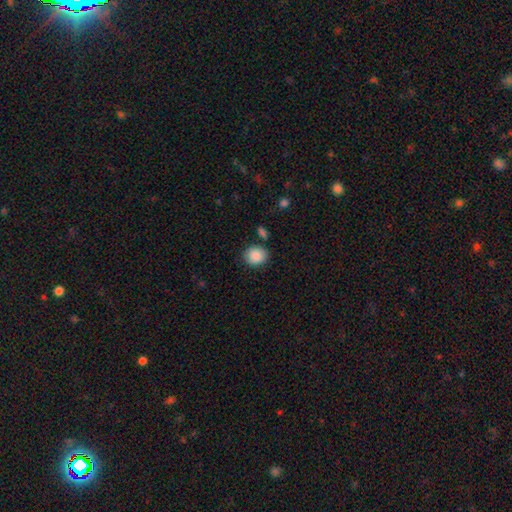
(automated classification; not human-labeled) smooth_or_featured: smooth (p=0.88) [alt: star or artifact p=0.07]
how_rounded: round (p=0.67) [alt: in between p=0.32]
merging: none (p=0.81) [alt: minor disturbance p=0.11]